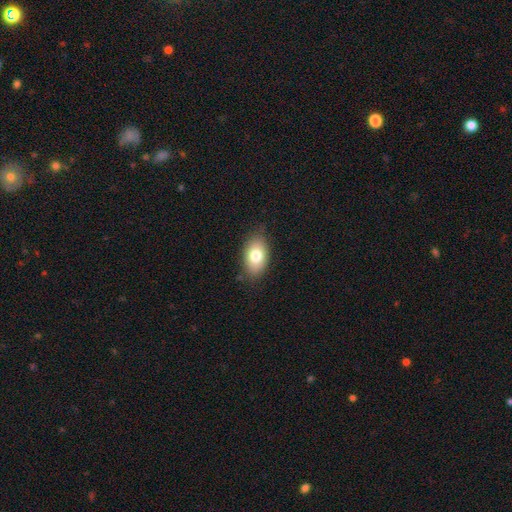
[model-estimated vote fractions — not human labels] Smooth or featured? smooth (78%)
How rounded? in between (90%)
Merging? none (82%)